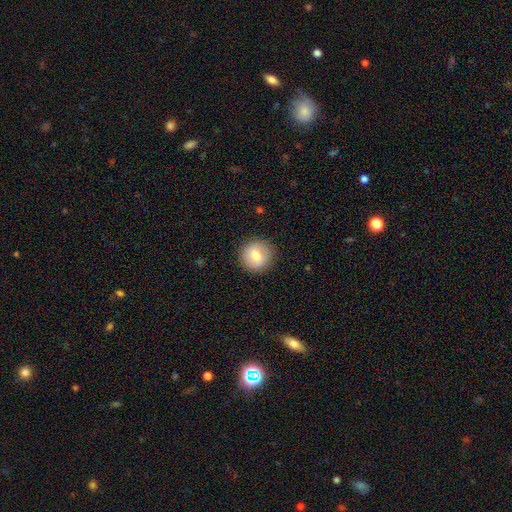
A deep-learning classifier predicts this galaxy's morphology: This is likely a smooth galaxy (66%). How rounded: clearly round (92%). Merging: clearly none (89%).